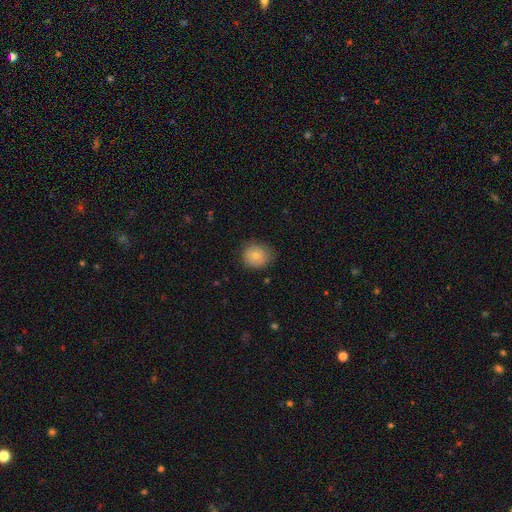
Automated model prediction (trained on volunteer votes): A smooth galaxy with no disk features (81%) that is round (77%). Merging: none (76%).